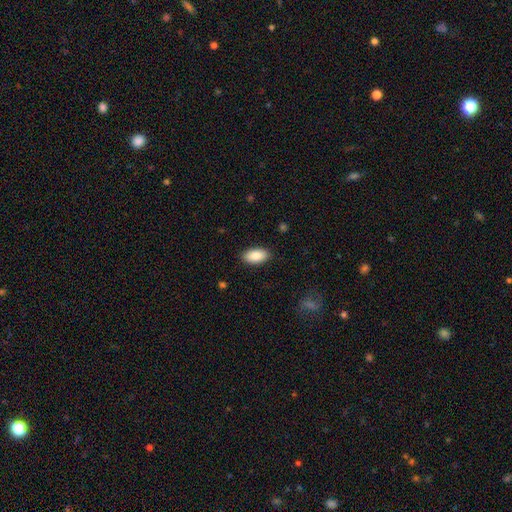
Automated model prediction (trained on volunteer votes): smooth-or-featured: smooth: 89% | star or artifact: 6% | featured or disk: 5%
  how-rounded: in between: 94% | cigar-shaped: 4% | round: 3%
  merging: none: 88% | minor disturbance: 8% | major disturbance: 2% | merger: 1%